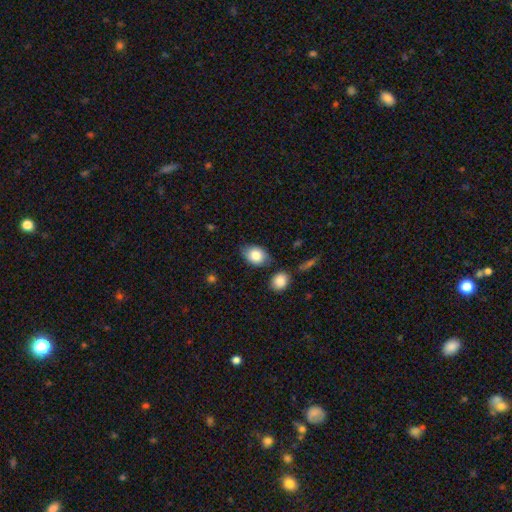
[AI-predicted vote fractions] Morphology: type=smooth (84%); roundness=in between (68%); merging=none (72%).